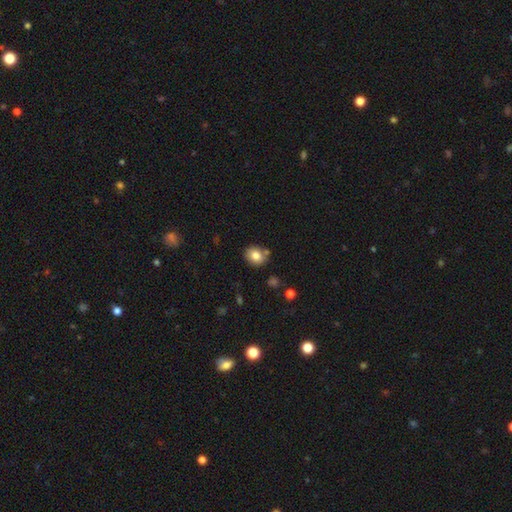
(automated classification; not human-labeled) A smooth galaxy with no disk features (81%) that is round (61%).

Vote fractions:
- Smooth or featured? smooth: 81% / star or artifact: 10% / featured or disk: 9%
- How rounded? round: 61% / in between: 38% / cigar-shaped: 1%
- Merging? none: 75% / minor disturbance: 12% / merger: 10% / major disturbance: 3%